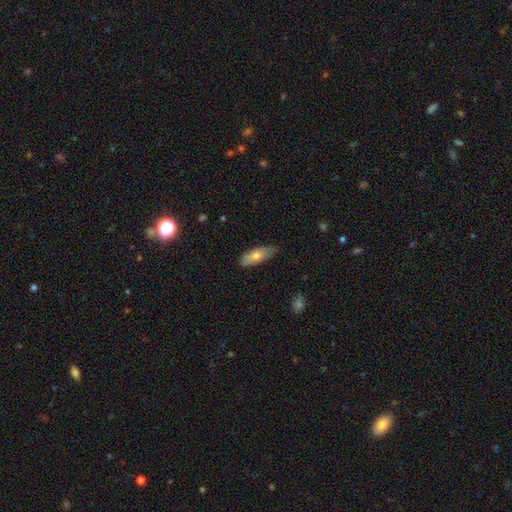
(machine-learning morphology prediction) smooth 69%, featured or disk 24%, star or artifact 7%. Down the decision tree: how rounded — in between (65%); merging — none (72%).